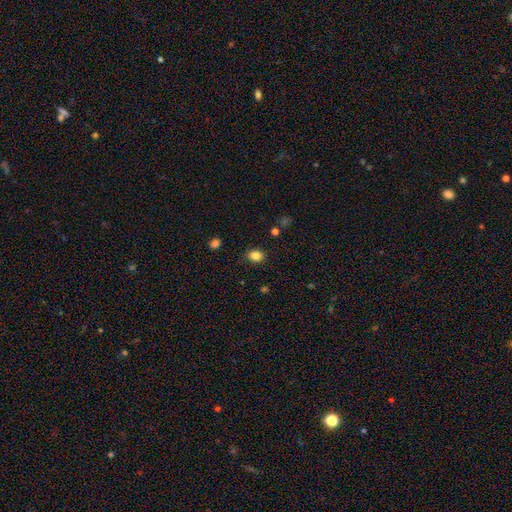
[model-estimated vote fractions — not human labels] Morphology: type=smooth (84%); roundness=in between (56%); merging=none (84%).